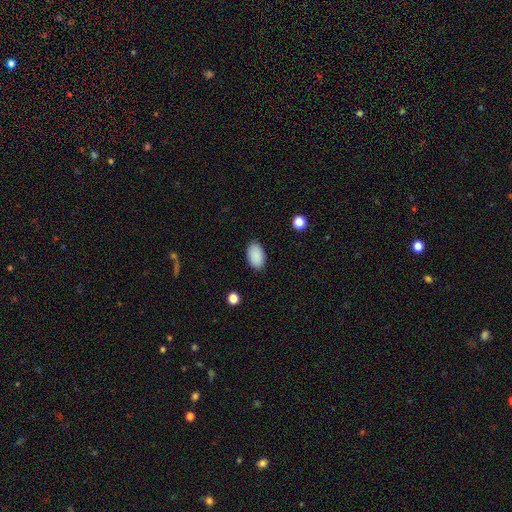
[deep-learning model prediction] A smooth galaxy with no disk features (90%) that is in between round and cigar-shaped (94%). Merging: none (88%).